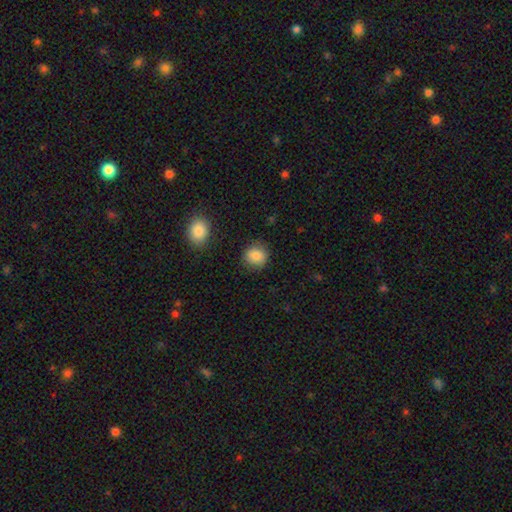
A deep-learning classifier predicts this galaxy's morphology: smooth-or-featured: smooth: 87% | star or artifact: 9% | featured or disk: 4%
  how-rounded: round: 84% | in between: 15% | cigar-shaped: 1%
  merging: none: 85% | minor disturbance: 10% | major disturbance: 3% | merger: 2%